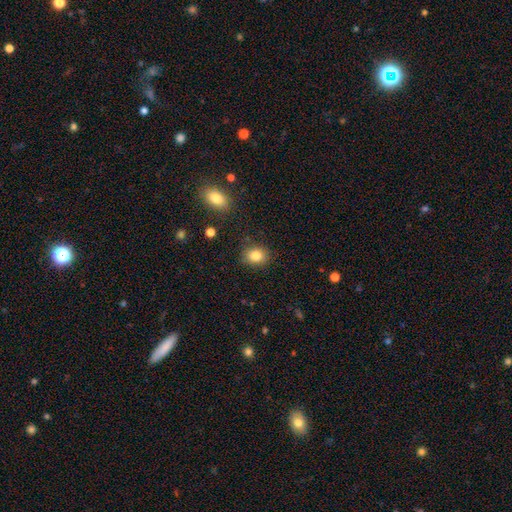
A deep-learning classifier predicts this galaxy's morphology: Q: Smooth or featured?
A: smooth (83%); runner-up: star or artifact (10%)
Q: How rounded?
A: round (54%); runner-up: in between (45%)
Q: Merging?
A: none (85%); runner-up: minor disturbance (11%)